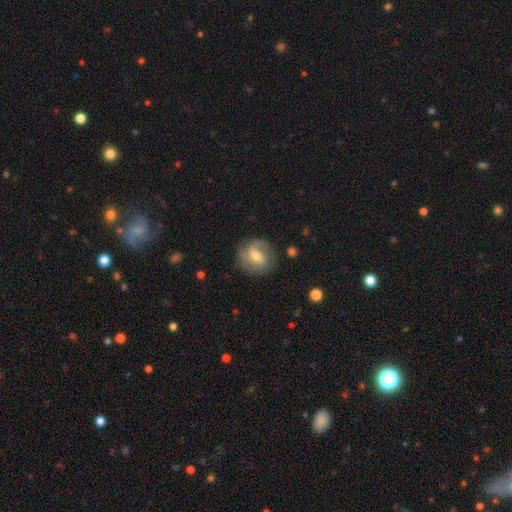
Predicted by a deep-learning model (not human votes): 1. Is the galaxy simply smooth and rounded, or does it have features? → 59% featured or disk, 33% smooth, 7% star or artifact.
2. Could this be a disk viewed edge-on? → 96% no, 4% yes.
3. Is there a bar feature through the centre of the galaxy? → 47% weak, 31% no, 22% strong.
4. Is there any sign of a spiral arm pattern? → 81% yes, 19% no.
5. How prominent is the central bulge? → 60% moderate, 35% small, 3% large, 1% none, 1% dominant.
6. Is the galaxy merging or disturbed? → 73% none, 18% minor disturbance, 7% major disturbance, 2% merger.